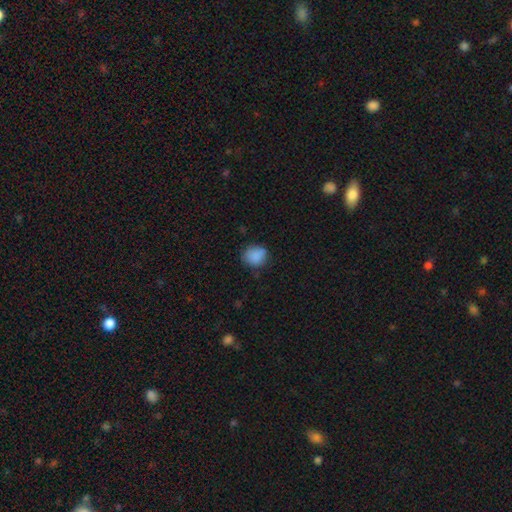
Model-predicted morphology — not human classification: smooth_or_featured: smooth (p=0.86) [alt: star or artifact p=0.09]
how_rounded: round (p=0.73) [alt: in between p=0.26]
merging: none (p=0.73) [alt: minor disturbance p=0.20]